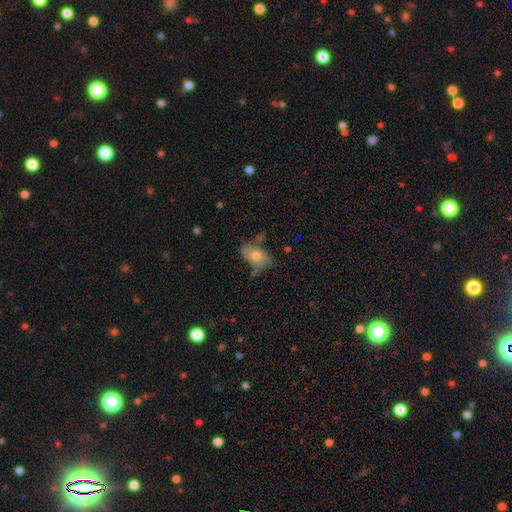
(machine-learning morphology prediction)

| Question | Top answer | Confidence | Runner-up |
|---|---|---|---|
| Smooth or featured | smooth | 62% | featured or disk (29%) |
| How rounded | in between | 88% | round (10%) |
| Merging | none | 60% | minor disturbance (26%) |